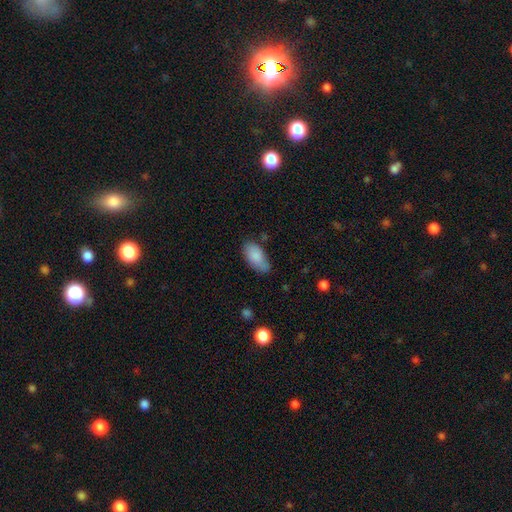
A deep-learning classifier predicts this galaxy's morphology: The model was most divided on "merging": none: 66%, minor disturbance: 26%, major disturbance: 5%, merger: 3%. More confident: how rounded — in between (92%); smooth or featured — smooth (85%).